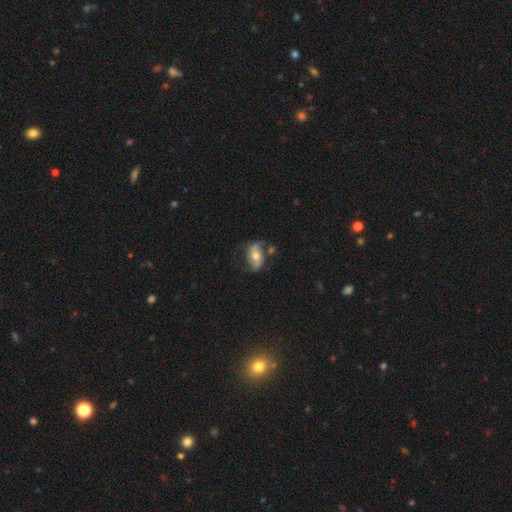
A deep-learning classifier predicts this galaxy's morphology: Smooth or featured? Predicted: featured or disk (p=0.61). Edge-on disk? Predicted: no (p=0.94). Bar? Predicted: no (p=0.56). Spiral arms? Predicted: yes (p=0.77). Bulge size? Predicted: moderate (p=0.73). Merging? Predicted: none (p=0.55).